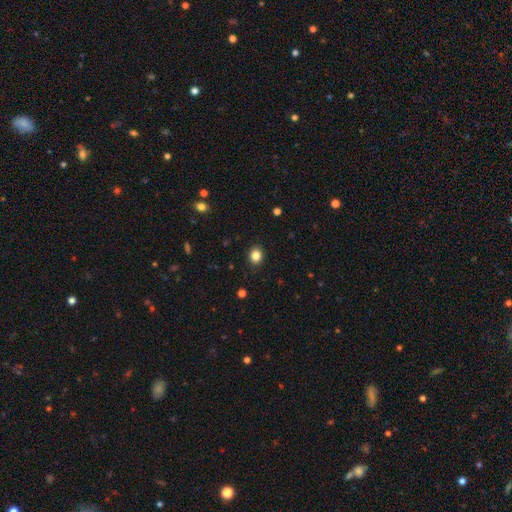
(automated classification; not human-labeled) A smooth galaxy with no disk features (84%) that is round (65%).

Vote fractions:
- Smooth or featured? smooth: 84% / star or artifact: 11% / featured or disk: 5%
- How rounded? round: 65% / in between: 34% / cigar-shaped: 1%
- Merging? none: 89% / minor disturbance: 8% / major disturbance: 2% / merger: 1%